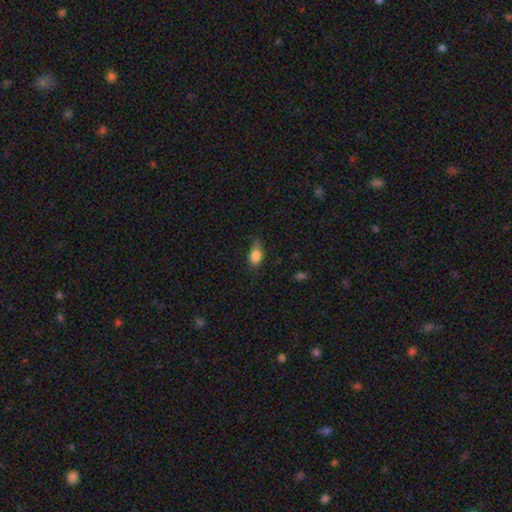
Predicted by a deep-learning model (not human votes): This appears to be a smooth galaxy with no disk features (83%) that is in between round and cigar-shaped (83%). Merging: none (60%).